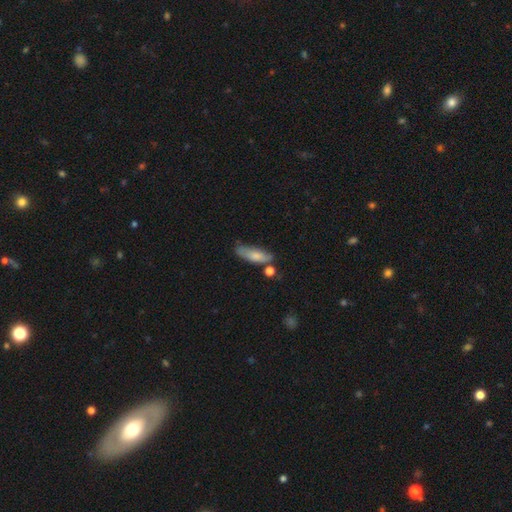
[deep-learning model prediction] The model was most divided on "how rounded": in between: 58%, cigar-shaped: 39%, round: 3%. More confident: smooth or featured — smooth (76%); merging — none (50%).